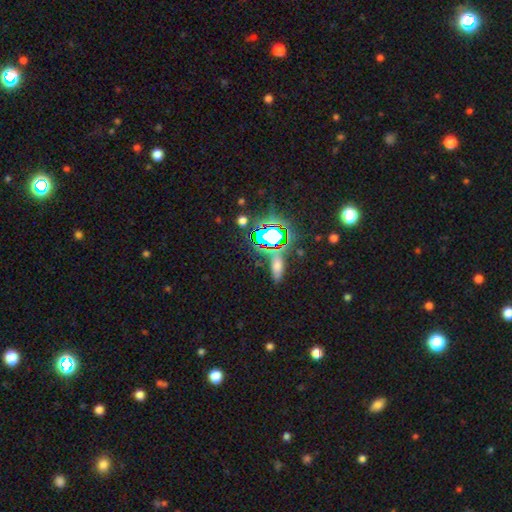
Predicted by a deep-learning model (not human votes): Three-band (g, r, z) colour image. It shows a star or artifact, not a galaxy (78%).